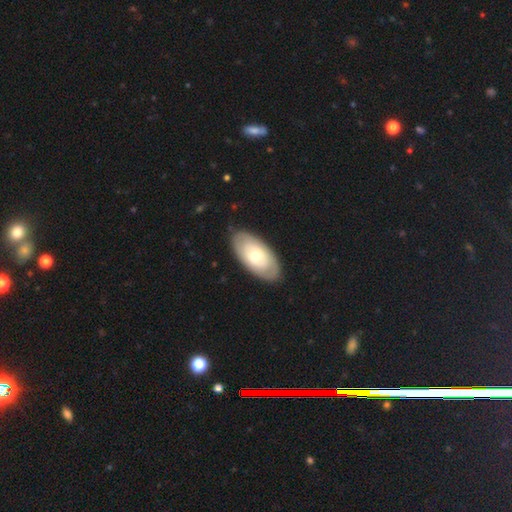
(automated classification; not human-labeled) Morphology: type=smooth (48%); merging=none (84%).